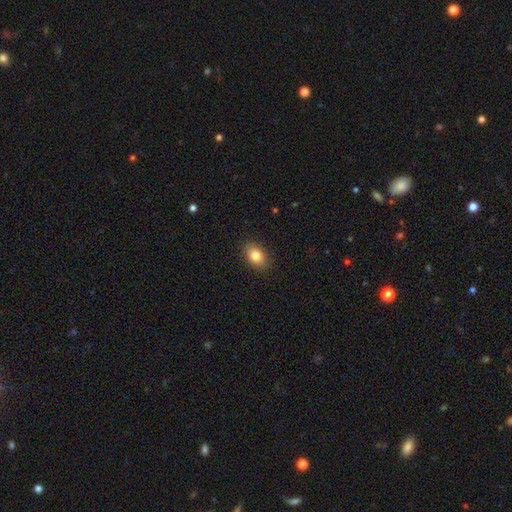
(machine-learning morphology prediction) Smooth or featured? smooth (83%)
How rounded? in between (81%)
Merging? none (88%)